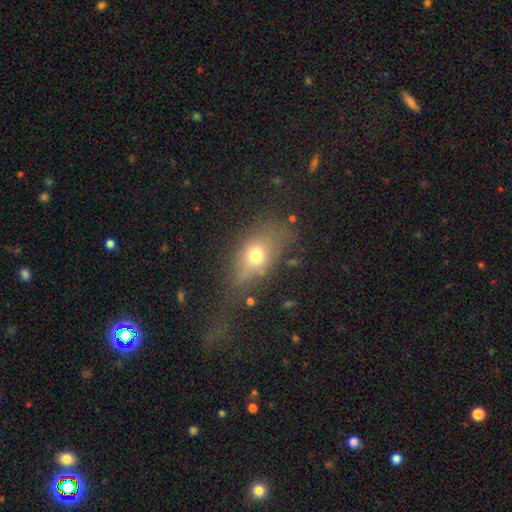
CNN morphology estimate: A smooth galaxy with no disk features (66%) that is in between round and cigar-shaped (72%).

Vote fractions:
- Smooth or featured? smooth: 66% / featured or disk: 21% / star or artifact: 13%
- How rounded? in between: 72% / round: 21% / cigar-shaped: 7%
- Merging? none: 50% / minor disturbance: 22% / major disturbance: 22% / merger: 6%